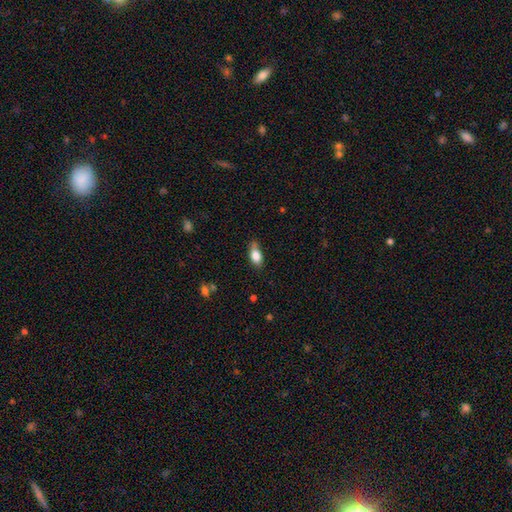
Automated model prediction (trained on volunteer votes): The model was most divided on "merging": none: 58%, minor disturbance: 31%, major disturbance: 7%, merger: 4%. More confident: how rounded — in between (86%); smooth or featured — smooth (81%).